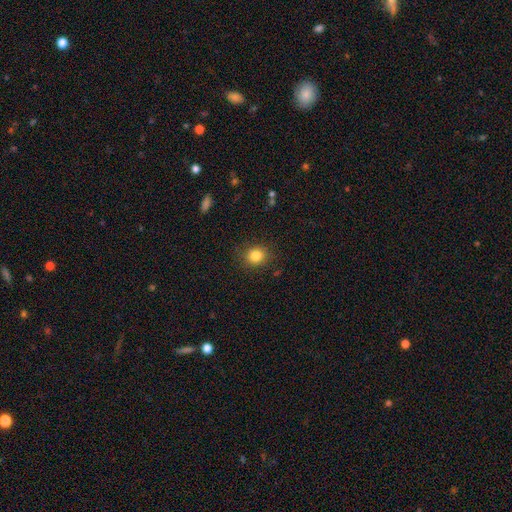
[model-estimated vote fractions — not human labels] The model was most divided on "how rounded": round: 73%, in between: 26%, cigar-shaped: 1%. More confident: merging — none (87%); smooth or featured — smooth (84%).